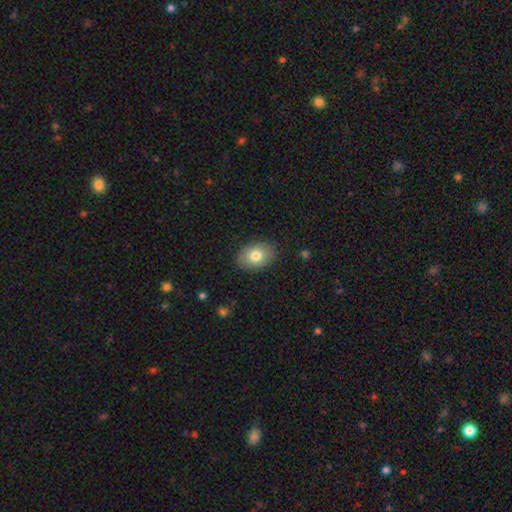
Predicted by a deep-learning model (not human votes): A smooth galaxy with no disk features (78%) that is in between round and cigar-shaped (82%).

Vote fractions:
- Smooth or featured? smooth: 78% / featured or disk: 14% / star or artifact: 8%
- How rounded? in between: 82% / round: 17% / cigar-shaped: 1%
- Merging? none: 88% / minor disturbance: 9% / major disturbance: 2% / merger: 1%